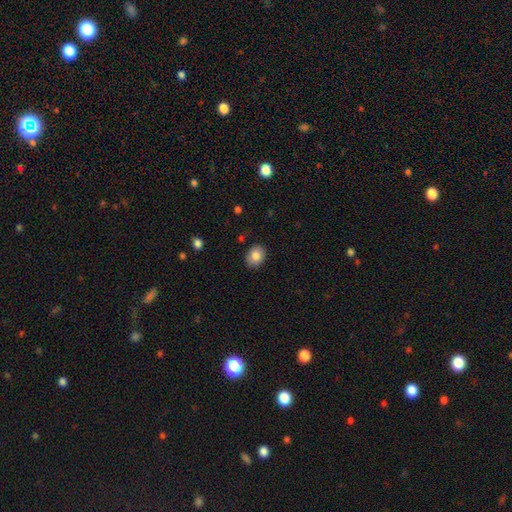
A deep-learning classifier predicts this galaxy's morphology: This appears to be a smooth galaxy with no disk features (83%) that is in between round and cigar-shaped (54%). Merging: none (85%).